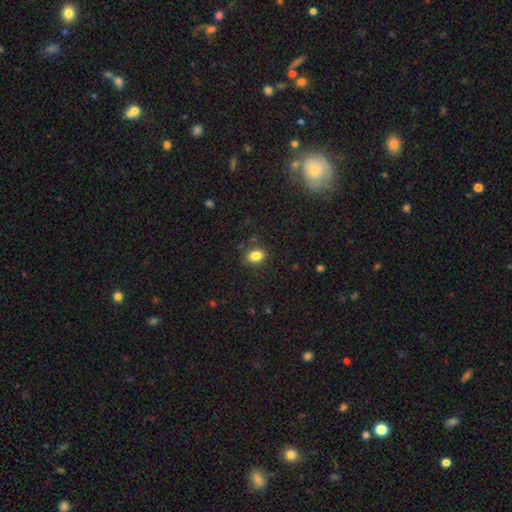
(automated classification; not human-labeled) A smooth galaxy with no disk features (84%) that is in between round and cigar-shaped (78%).

Vote fractions:
- Smooth or featured? smooth: 84% / star or artifact: 10% / featured or disk: 6%
- How rounded? in between: 78% / round: 20% / cigar-shaped: 2%
- Merging? none: 84% / minor disturbance: 12% / major disturbance: 3% / merger: 2%